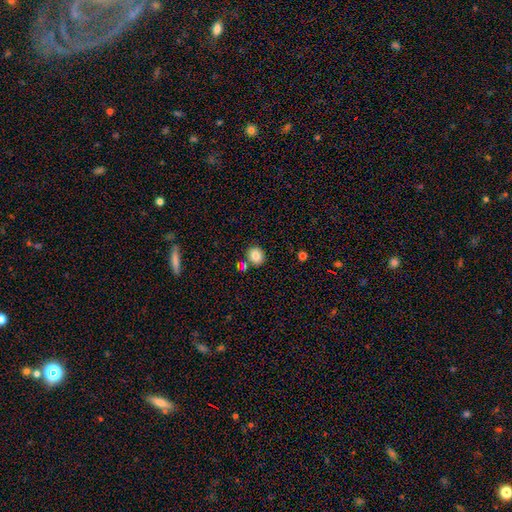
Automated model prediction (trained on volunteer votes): smooth-or-featured: smooth: 85% | star or artifact: 10% | featured or disk: 6%
  how-rounded: round: 72% | in between: 27% | cigar-shaped: 1%
  merging: none: 76% | merger: 12% | minor disturbance: 10% | major disturbance: 3%